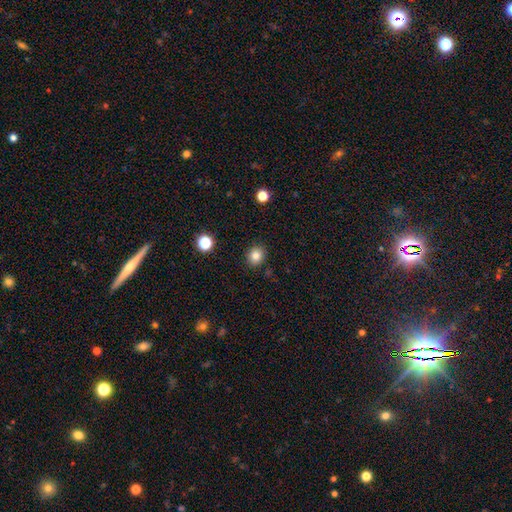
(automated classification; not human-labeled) Smooth or featured: smooth — 82% (star or artifact — 12%)
How rounded: round — 72% (in between — 27%)
Merging: none — 89% (minor disturbance — 7%)